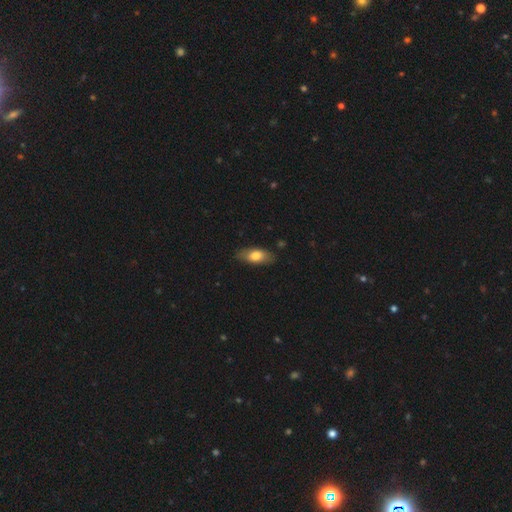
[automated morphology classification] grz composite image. It shows a smooth galaxy with no disk features (73%) that is in between round and cigar-shaped (83%). Merging: none (82%).